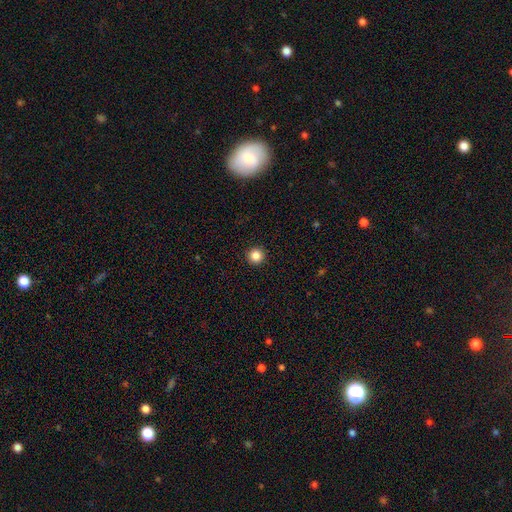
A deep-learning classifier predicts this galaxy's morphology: This is clearly a smooth galaxy (85%). How rounded: clearly round (96%). Merging: clearly none (94%).